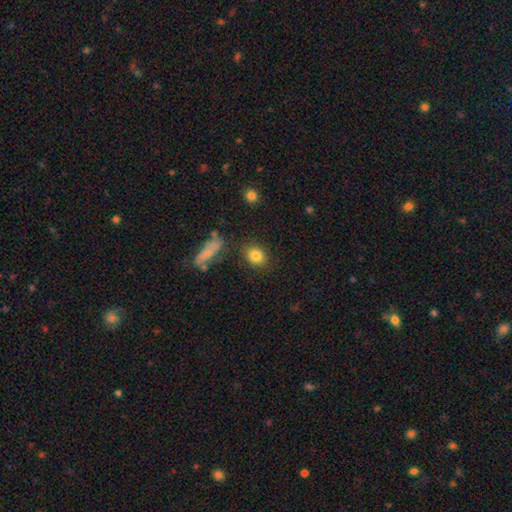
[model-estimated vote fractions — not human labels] A smooth galaxy with no disk features (84%) that is round (57%).

Vote fractions:
- Smooth or featured? smooth: 84% / star or artifact: 9% / featured or disk: 7%
- How rounded? round: 57% / in between: 41% / cigar-shaped: 2%
- Merging? none: 82% / minor disturbance: 10% / merger: 4% / major disturbance: 4%